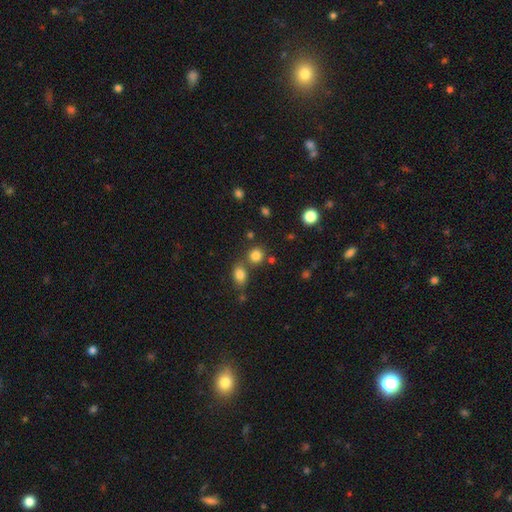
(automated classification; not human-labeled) A smooth galaxy with no disk features (81%) that is round (84%).

Vote fractions:
- Smooth or featured? smooth: 81% / star or artifact: 13% / featured or disk: 6%
- How rounded? round: 84% / in between: 15% / cigar-shaped: 1%
- Merging? none: 68% / merger: 20% / minor disturbance: 8% / major disturbance: 3%